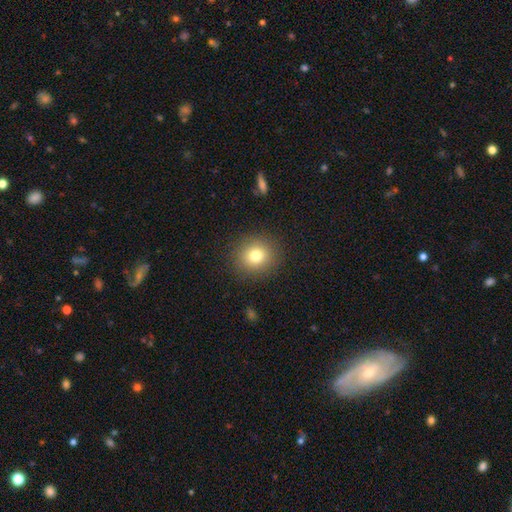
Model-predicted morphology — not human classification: A smooth galaxy with no disk features (79%) that is round (84%).

Vote fractions:
- Smooth or featured? smooth: 79% / star or artifact: 12% / featured or disk: 9%
- How rounded? round: 84% / in between: 16% / cigar-shaped: 1%
- Merging? none: 89% / minor disturbance: 7% / major disturbance: 3% / merger: 1%